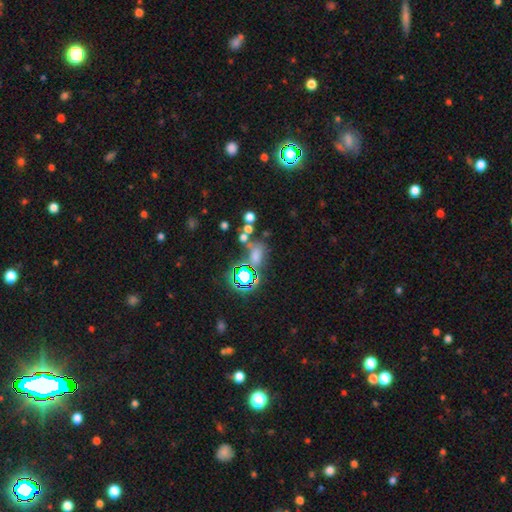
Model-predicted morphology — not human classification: The model was most divided on "smooth or featured": smooth: 49%, star or artifact: 41%, featured or disk: 10%. More confident: merging — none (54%).